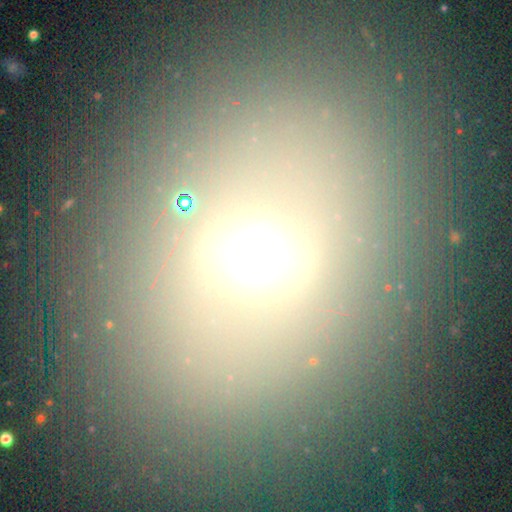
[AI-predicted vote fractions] smooth_or_featured: smooth (p=0.48) [alt: star or artifact p=0.28]
merging: none (p=0.79) [alt: minor disturbance p=0.10]